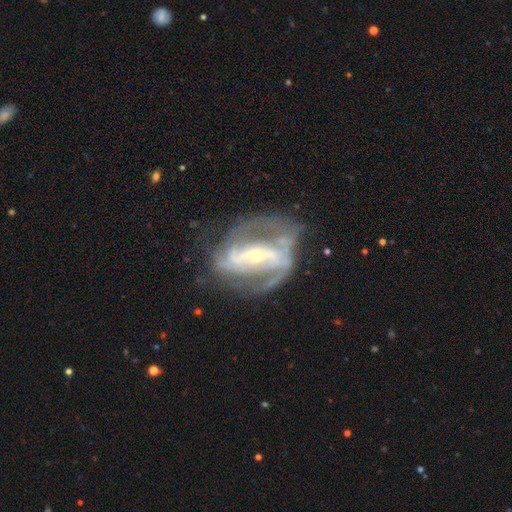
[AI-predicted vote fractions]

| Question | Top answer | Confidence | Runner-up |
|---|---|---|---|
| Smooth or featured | featured or disk | 89% | star or artifact (6%) |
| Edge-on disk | no | 96% | yes (4%) |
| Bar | strong | 57% | weak (28%) |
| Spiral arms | yes | 95% | no (5%) |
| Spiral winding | medium | 48% | tight (35%) |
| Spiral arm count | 2 | 61% | 3 (14%) |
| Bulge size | small | 61% | moderate (35%) |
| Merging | none | 55% | minor disturbance (21%) |